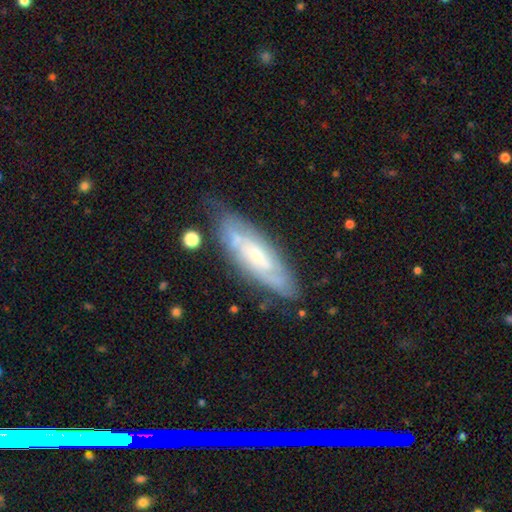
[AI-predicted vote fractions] Morphology: type=featured or disk (70%); edge-on=no (75%); bar=no (58%); spiral arms=yes (81%); bulge=small (60%); merging=none (70%).